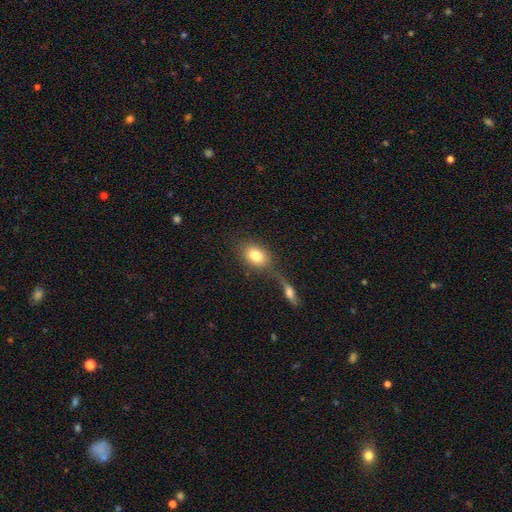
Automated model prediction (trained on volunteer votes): This appears to be a smooth galaxy with no disk features (80%) that is in between round and cigar-shaped (72%). Merging: none (57%).